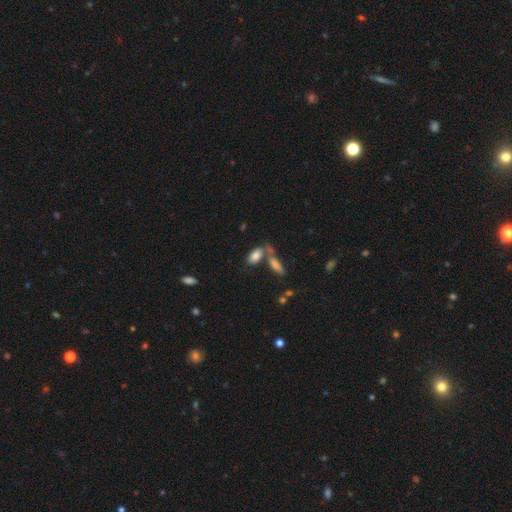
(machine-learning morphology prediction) Smooth or featured: smooth — 80% (featured or disk — 12%)
How rounded: in between — 88% (cigar-shaped — 8%)
Merging: none — 49% (merger — 36%)